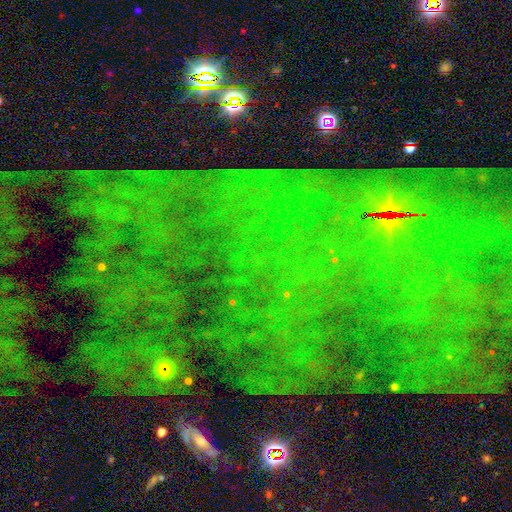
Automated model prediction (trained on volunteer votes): The model was most divided on "smooth or featured": star or artifact: 77%, featured or disk: 12%, smooth: 11%.